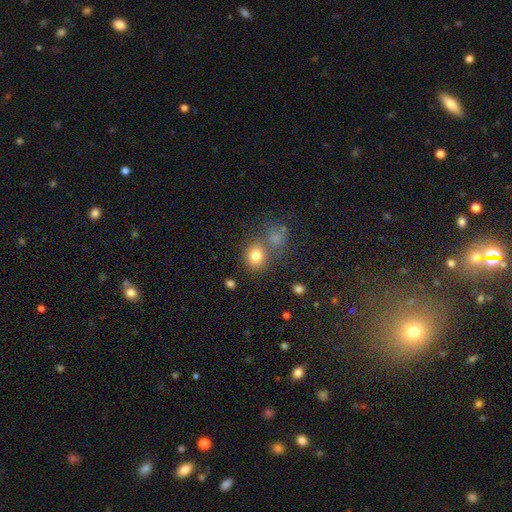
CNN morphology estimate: type=smooth (79%); roundness=round (75%); merging=none (60%).